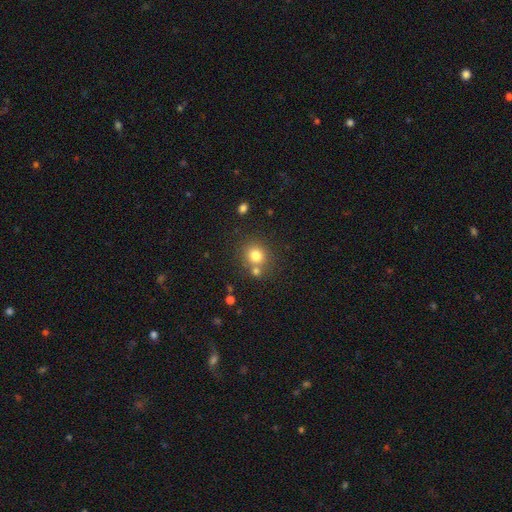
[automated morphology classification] type=smooth (78%); roundness=round (83%); merging=none (65%).